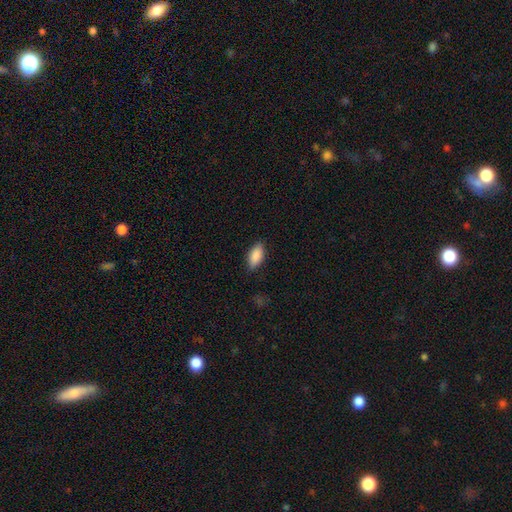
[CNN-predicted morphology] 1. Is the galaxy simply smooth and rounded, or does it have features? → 89% smooth, 6% star or artifact, 5% featured or disk.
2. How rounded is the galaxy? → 89% in between, 9% cigar-shaped, 2% round.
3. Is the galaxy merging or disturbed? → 85% none, 11% minor disturbance, 3% major disturbance, 1% merger.